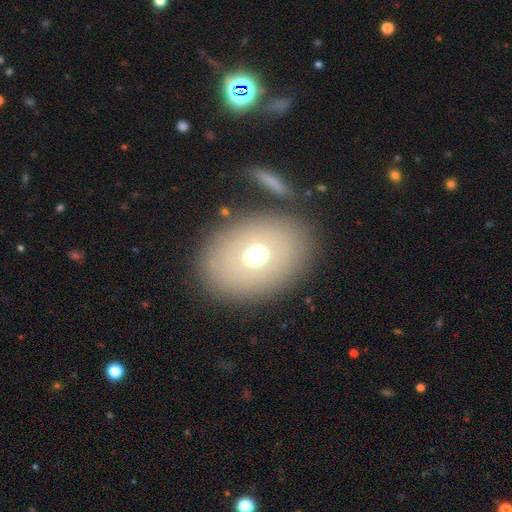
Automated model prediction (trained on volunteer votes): Smooth or featured? smooth (65%)
How rounded? in between (67%)
Merging? none (81%)